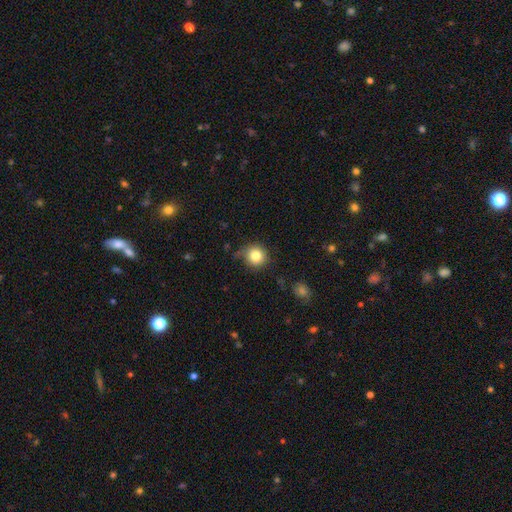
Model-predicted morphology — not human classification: The model was most divided on "merging": none: 77%, minor disturbance: 16%, major disturbance: 4%, merger: 3%. More confident: how rounded — round (92%); smooth or featured — smooth (81%).